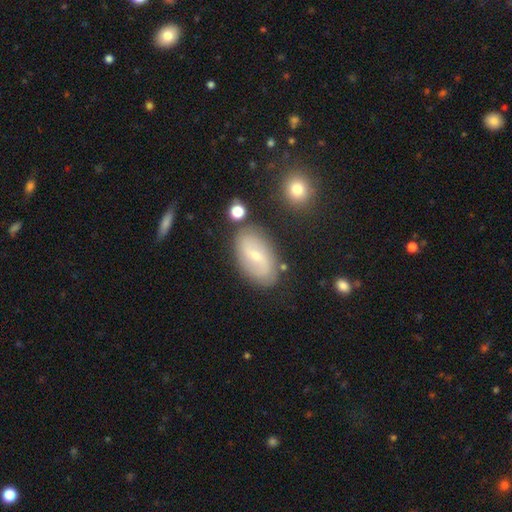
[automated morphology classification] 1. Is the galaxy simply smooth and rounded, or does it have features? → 62% featured or disk, 30% smooth, 8% star or artifact.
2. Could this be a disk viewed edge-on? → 94% no, 6% yes.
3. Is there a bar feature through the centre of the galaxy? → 46% weak, 39% no, 15% strong.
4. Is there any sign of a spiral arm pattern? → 81% yes, 19% no.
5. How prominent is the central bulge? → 68% small, 28% moderate, 1% none, 1% large, 1% dominant.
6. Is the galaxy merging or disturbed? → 78% none, 14% minor disturbance, 4% merger, 4% major disturbance.